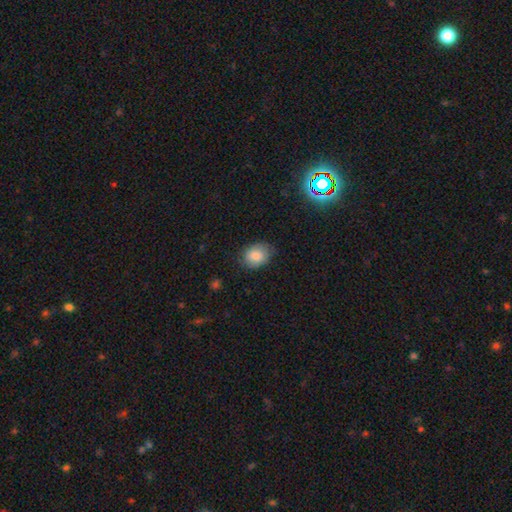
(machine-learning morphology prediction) Smooth or featured: smooth — 82% (featured or disk — 10%)
How rounded: in between — 62% (round — 37%)
Merging: none — 72% (minor disturbance — 22%)